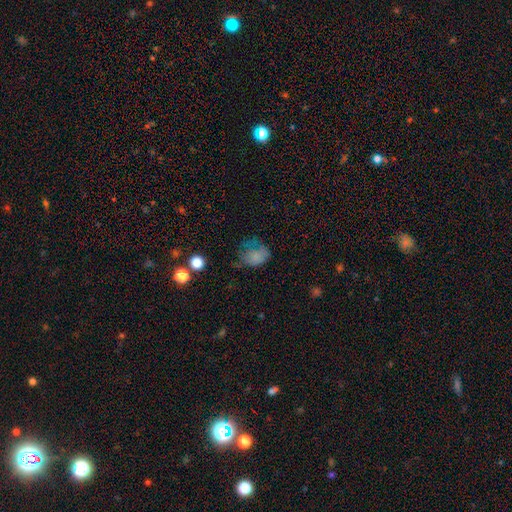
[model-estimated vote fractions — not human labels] Smooth or featured? Predicted: smooth (p=0.69). How rounded? Predicted: in between (p=0.53). Merging? Predicted: major disturbance (p=0.36).